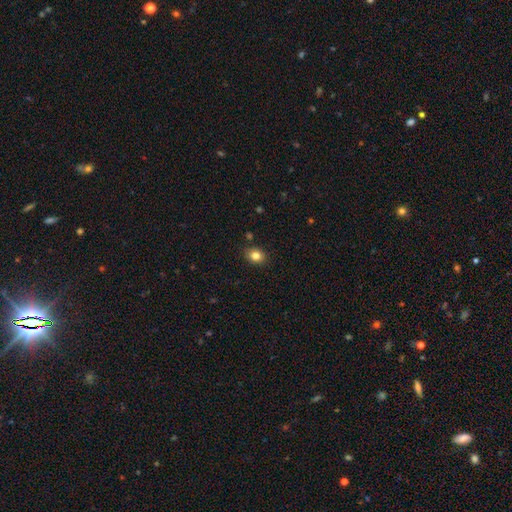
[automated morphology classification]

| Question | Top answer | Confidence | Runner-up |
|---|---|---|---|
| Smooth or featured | smooth | 82% | star or artifact (11%) |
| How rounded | in between | 50% | tied: round (50%) |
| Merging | none | 87% | minor disturbance (9%) |